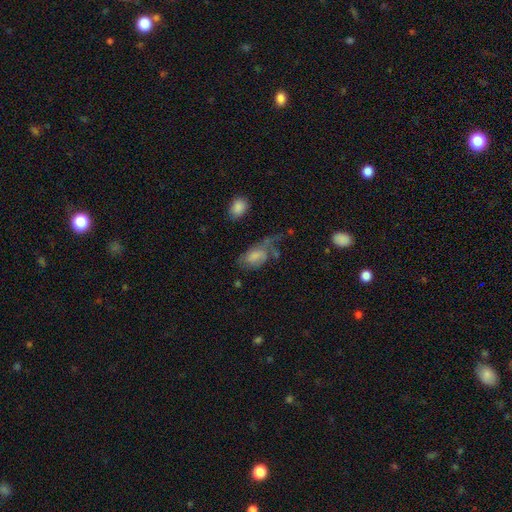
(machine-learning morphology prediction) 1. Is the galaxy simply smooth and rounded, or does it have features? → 65% smooth, 26% featured or disk, 9% star or artifact.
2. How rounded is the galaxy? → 90% in between, 7% round, 3% cigar-shaped.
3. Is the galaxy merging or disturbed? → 41% major disturbance, 26% minor disturbance, 25% none, 8% merger.